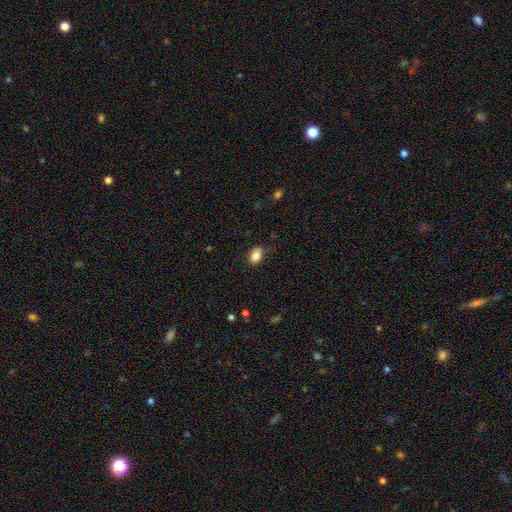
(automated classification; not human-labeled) Overall: smooth (86%). How rounded: in between (80%). Merging: none (73%).